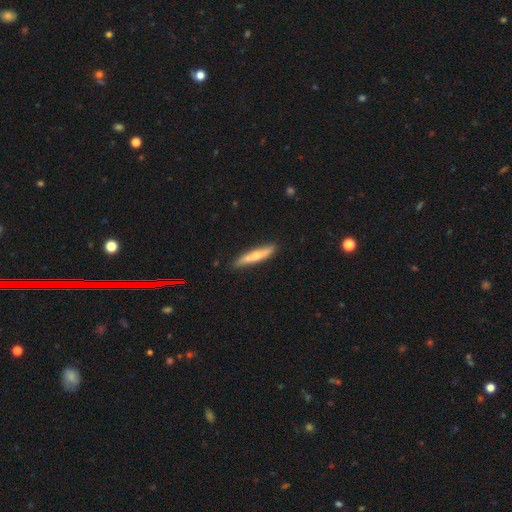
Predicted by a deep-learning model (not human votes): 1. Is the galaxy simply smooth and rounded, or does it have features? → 55% smooth, 40% featured or disk, 5% star or artifact.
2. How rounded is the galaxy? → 90% cigar-shaped, 9% in between, 2% round.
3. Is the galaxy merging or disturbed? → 85% none, 11% minor disturbance, 2% major disturbance, 2% merger.